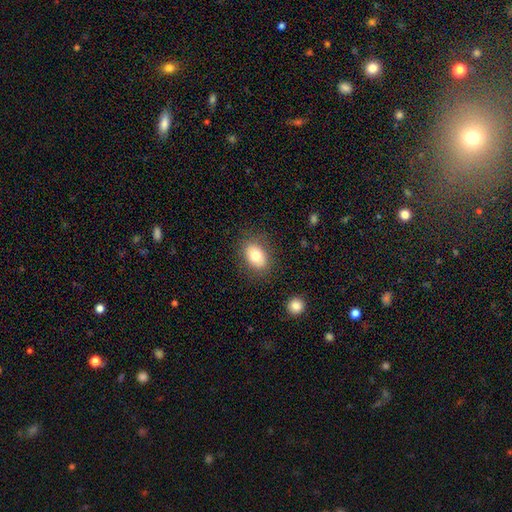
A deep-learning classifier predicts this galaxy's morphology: smooth 77%, featured or disk 14%, star or artifact 9%. Down the decision tree: how rounded — in between (77%); merging — none (82%).